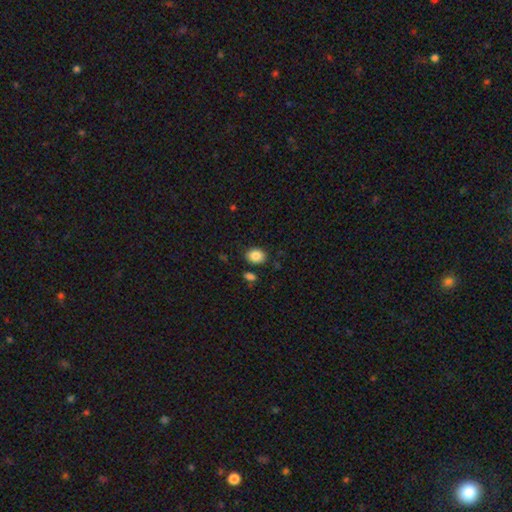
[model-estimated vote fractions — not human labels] Smooth or featured: smooth — 86% (star or artifact — 9%)
How rounded: in between — 56% (round — 44%)
Merging: none — 84% (minor disturbance — 10%)